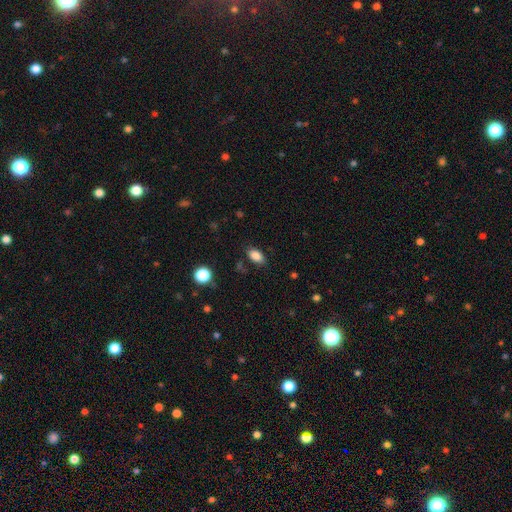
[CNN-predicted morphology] Q: Smooth or featured?
A: smooth (86%); runner-up: star or artifact (9%)
Q: How rounded?
A: in between (89%); runner-up: round (8%)
Q: Merging?
A: none (82%); runner-up: minor disturbance (12%)